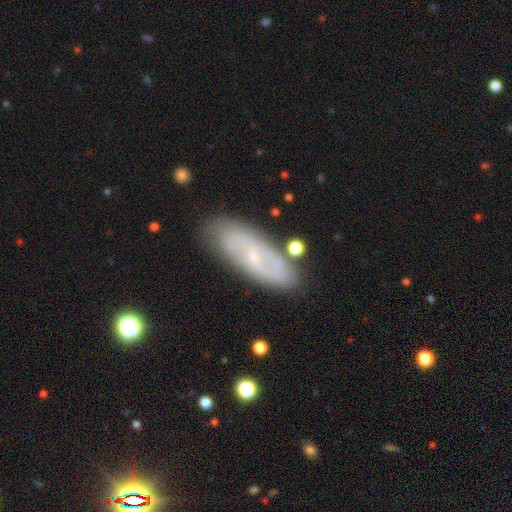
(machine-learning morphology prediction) This is likely a featured or disk galaxy (64%). It is clearly not viewed edge-on (86%). Bar: marginally no (43%, tied with weak). Spiral arm pattern: likely yes (75%). Central bulge: clearly small (80%). Merging: clearly none (81%).